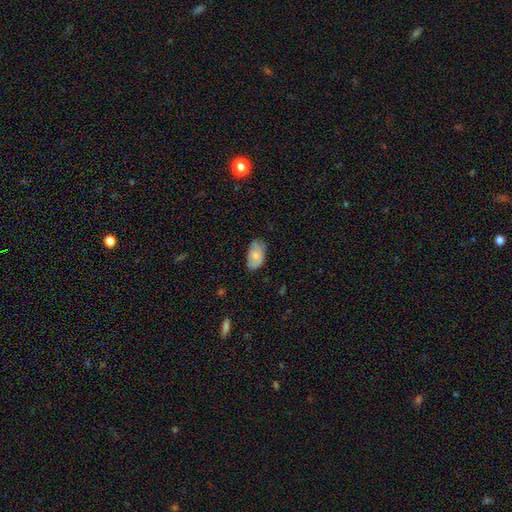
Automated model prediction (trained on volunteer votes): A smooth galaxy with no disk features (69%) that is in between round and cigar-shaped (94%). Merging: none (68%).